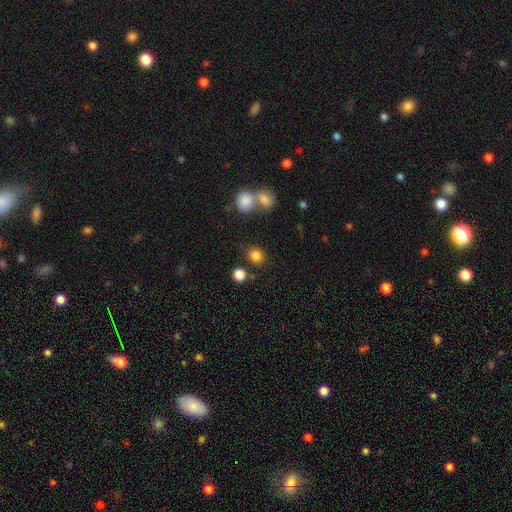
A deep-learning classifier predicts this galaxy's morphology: smooth 84%, star or artifact 12%, featured or disk 5%. Down the decision tree: how rounded — round (80%); merging — none (77%).